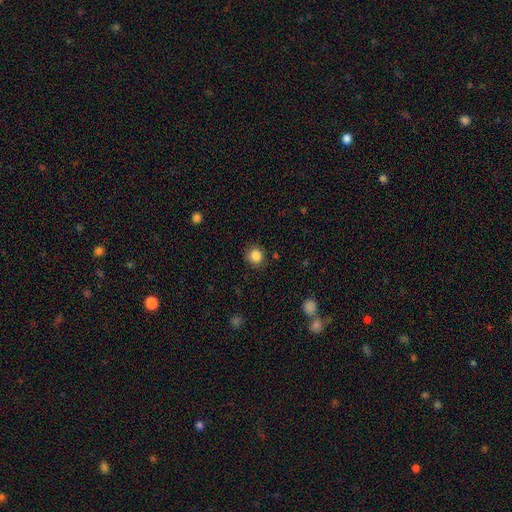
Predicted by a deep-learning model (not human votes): smooth 86%, star or artifact 10%, featured or disk 4%. Down the decision tree: how rounded — round (85%); merging — none (86%).